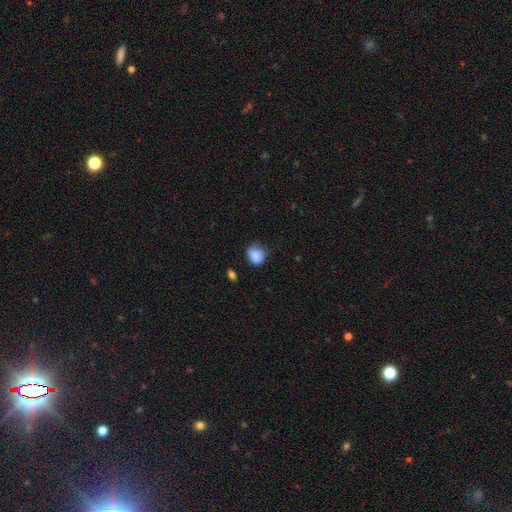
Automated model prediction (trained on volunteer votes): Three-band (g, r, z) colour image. It shows a smooth galaxy with no disk features (84%) that is round (66%). Merging: none (53%).